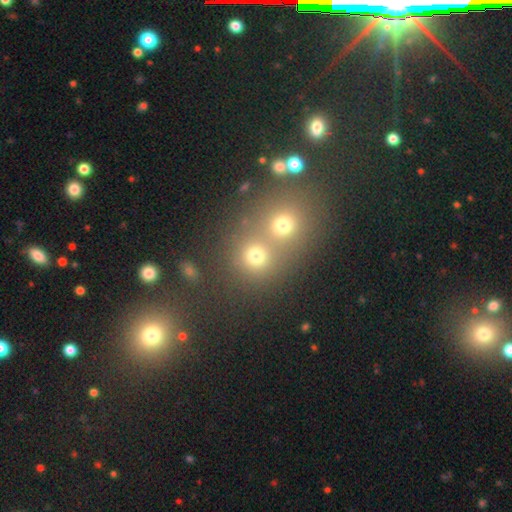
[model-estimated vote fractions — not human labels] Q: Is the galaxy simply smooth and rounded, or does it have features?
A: smooth — 74%.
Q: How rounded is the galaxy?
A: round — 85%.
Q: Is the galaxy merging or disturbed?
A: merger — 47%.